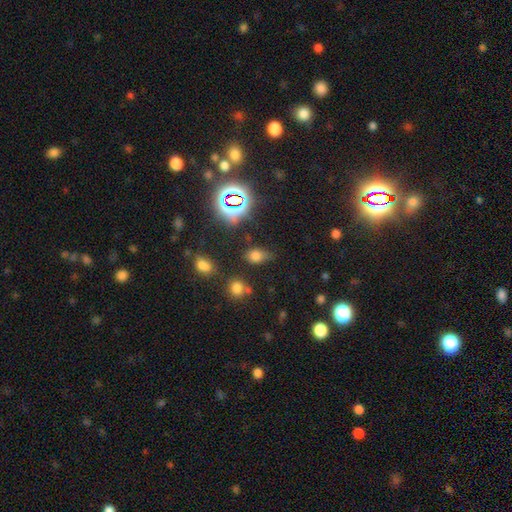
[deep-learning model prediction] This is likely a smooth galaxy (64%). How rounded: likely in between (72%). Merging: likely none (61%).